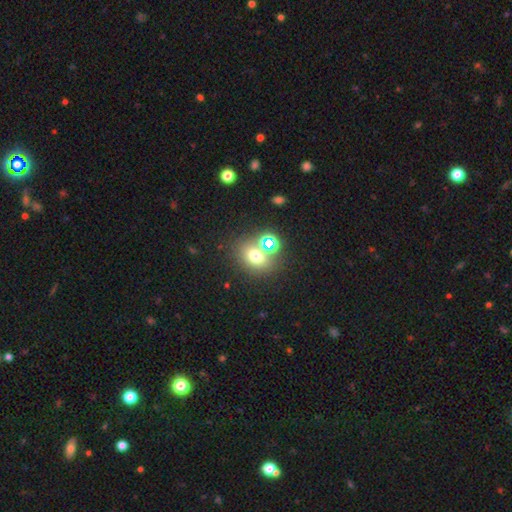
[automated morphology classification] Q: Smooth or featured?
A: smooth (63%); runner-up: star or artifact (25%)
Q: How rounded?
A: round (57%); runner-up: in between (42%)
Q: Merging?
A: none (62%); runner-up: merger (23%)